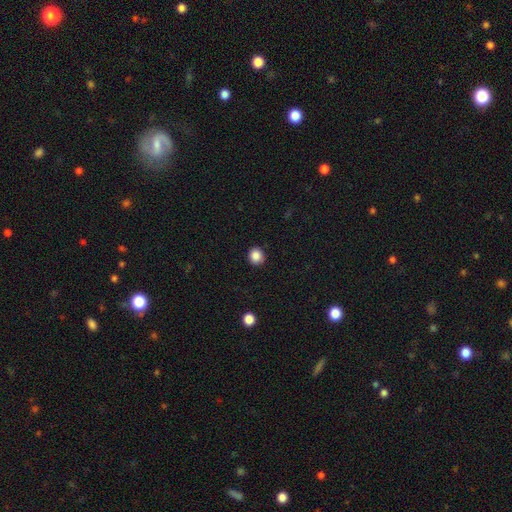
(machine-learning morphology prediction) smooth-or-featured: smooth: 87% | star or artifact: 10% | featured or disk: 3%
  how-rounded: round: 87% | in between: 13% | cigar-shaped: 1%
  merging: none: 91% | minor disturbance: 6% | major disturbance: 2% | merger: 1%